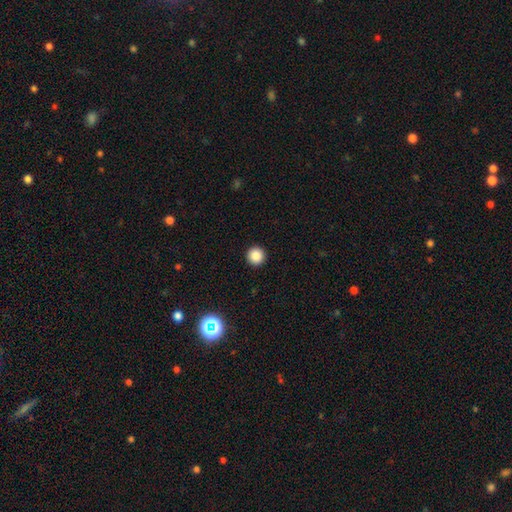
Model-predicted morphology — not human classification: This is clearly a smooth galaxy (86%). How rounded: clearly round (96%). Merging: clearly none (94%).